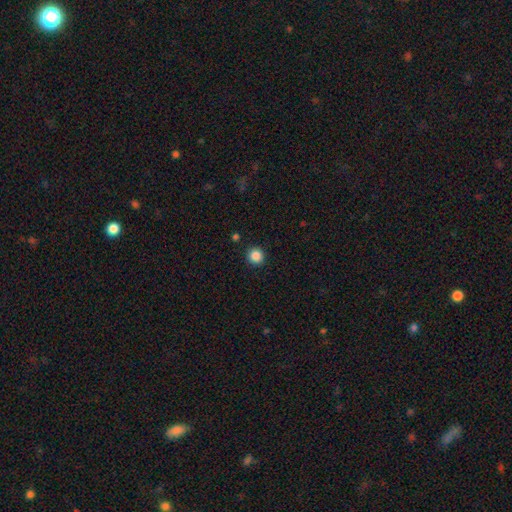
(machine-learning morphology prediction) Smooth or featured: smooth — 86% (star or artifact — 11%)
How rounded: round — 94% (in between — 5%)
Merging: none — 92% (minor disturbance — 5%)